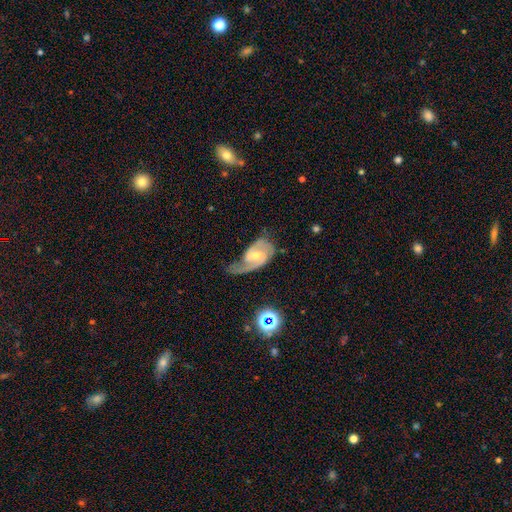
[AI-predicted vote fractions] smooth_or_featured: featured or disk (p=0.82) [alt: smooth p=0.12]
disk_edge_on: no (p=0.97) [alt: yes p=0.03]
bar: weak (p=0.55) [alt: no p=0.25]
has_spiral_arms: yes (p=0.95) [alt: no p=0.05]
spiral_winding: medium (p=0.48) [alt: loose p=0.29]
spiral_arm_count: 2 (p=0.67) [alt: 1 p=0.23]
bulge_size: moderate (p=0.49) [alt: small p=0.44]
merging: none (p=0.40) [alt: major disturbance p=0.29]